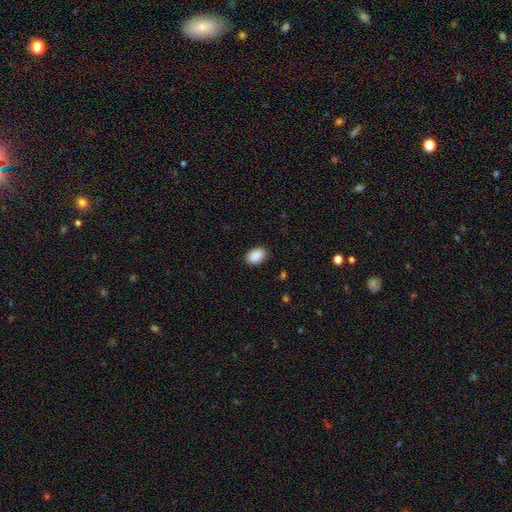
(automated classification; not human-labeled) This appears to be a smooth galaxy with no disk features (91%) that is in between round and cigar-shaped (86%). Merging: none (87%).